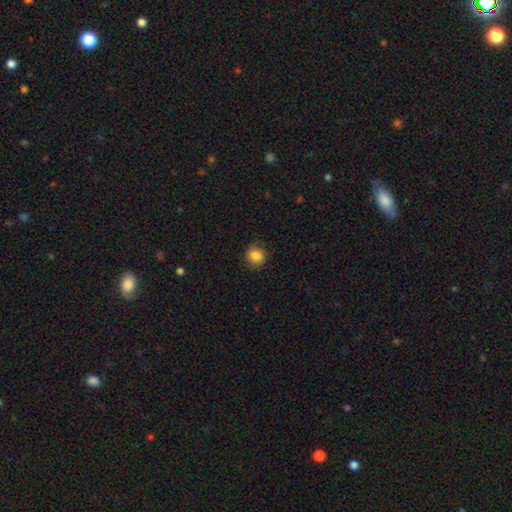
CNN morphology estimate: Smooth or featured: smooth — 85% (star or artifact — 10%)
How rounded: round — 87% (in between — 12%)
Merging: none — 84% (minor disturbance — 12%)